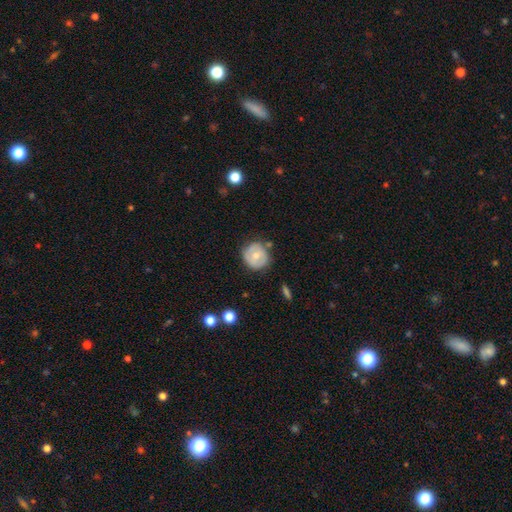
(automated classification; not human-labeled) Q: Smooth or featured?
A: smooth (53%); runner-up: featured or disk (40%)
Q: How rounded?
A: round (84%); runner-up: in between (15%)
Q: Merging?
A: none (70%); runner-up: minor disturbance (21%)